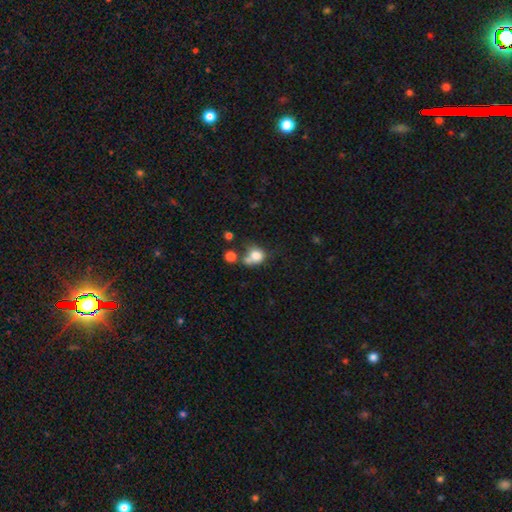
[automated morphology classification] Smooth or featured?
  - smooth: 77% *
  - featured or disk: 12%
  - star or artifact: 11%
How rounded?
  - round: 62% *
  - in between: 37%
  - cigar-shaped: 1%
Merging?
  - merger: 40% *
  - none: 31%
  - minor disturbance: 16%
  - major disturbance: 13%